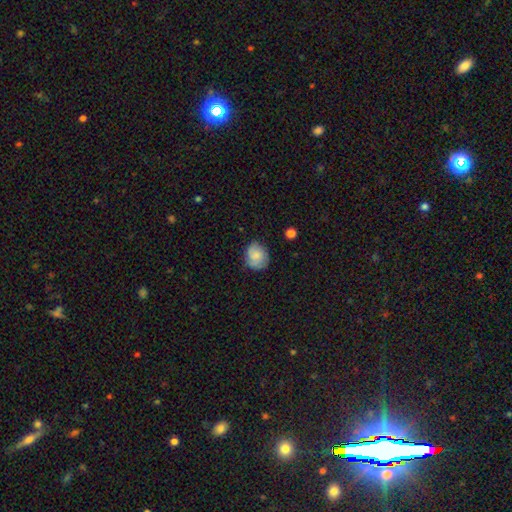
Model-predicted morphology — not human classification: A smooth galaxy with no disk features (70%) that is round (65%).

Vote fractions:
- Smooth or featured? smooth: 70% / featured or disk: 23% / star or artifact: 8%
- How rounded? round: 65% / in between: 34% / cigar-shaped: 1%
- Merging? none: 70% / minor disturbance: 23% / major disturbance: 5% / merger: 2%